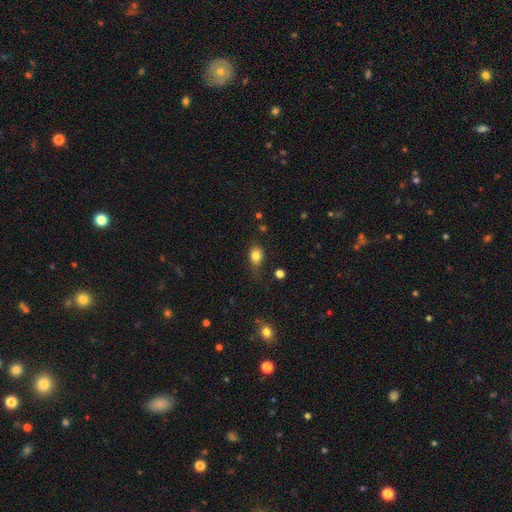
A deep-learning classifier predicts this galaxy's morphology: The model was most divided on "how rounded": in between: 62%, round: 37%, cigar-shaped: 1%. More confident: smooth or featured — smooth (82%); merging — none (62%).